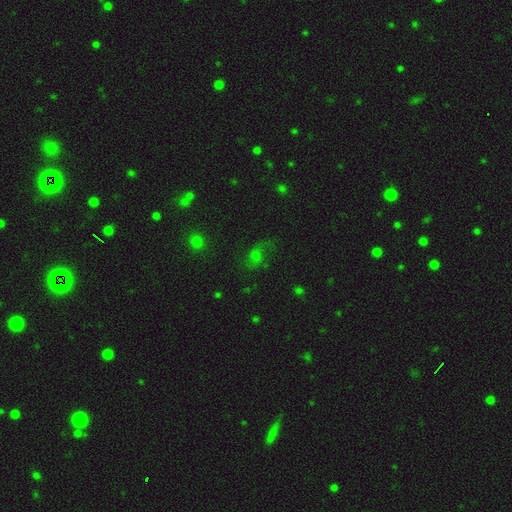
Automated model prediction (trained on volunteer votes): Overall: smooth (42%; featured or disk 31%). Merging: none (54%; major disturbance 22%).